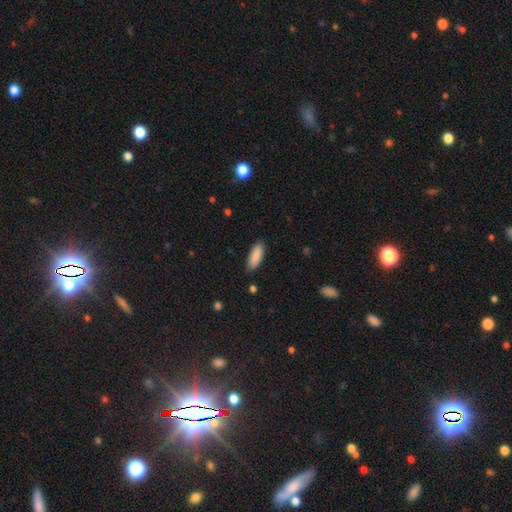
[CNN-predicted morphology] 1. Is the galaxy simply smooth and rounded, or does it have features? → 90% smooth, 6% star or artifact, 4% featured or disk.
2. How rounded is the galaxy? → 71% in between, 28% cigar-shaped, 1% round.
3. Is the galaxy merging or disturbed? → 86% none, 10% minor disturbance, 2% major disturbance, 1% merger.